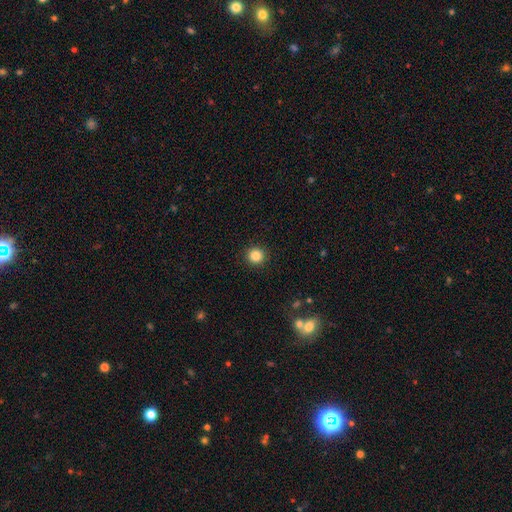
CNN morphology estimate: The model was most divided on "smooth or featured": smooth: 84%, star or artifact: 11%, featured or disk: 5%. More confident: how rounded — round (94%); merging — none (93%).